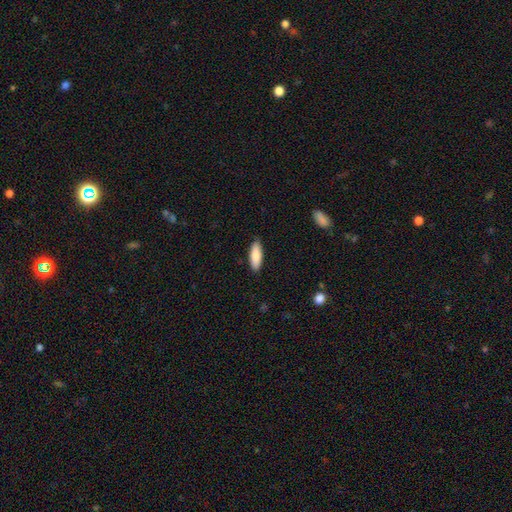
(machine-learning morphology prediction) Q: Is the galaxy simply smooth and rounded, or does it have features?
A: smooth — 84%.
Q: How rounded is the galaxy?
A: in between — 62%.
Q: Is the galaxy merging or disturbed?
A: none — 88%.